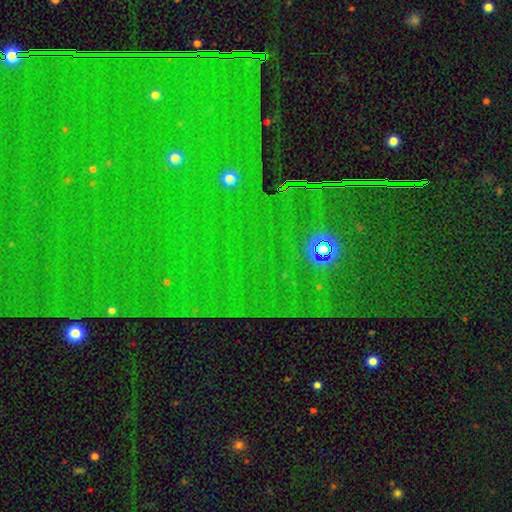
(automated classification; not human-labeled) smooth-or-featured: star or artifact: 85% | smooth: 8% | featured or disk: 8%